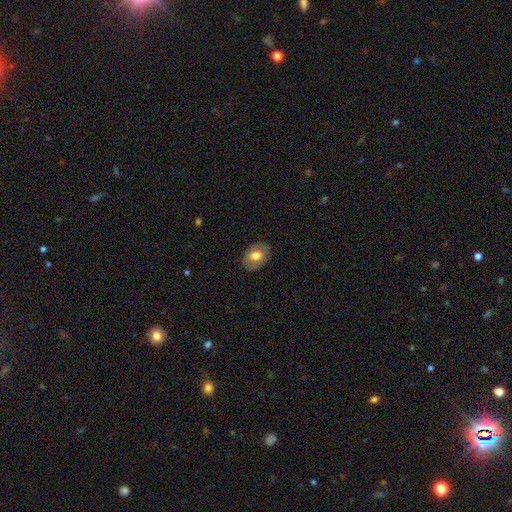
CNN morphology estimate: Smooth or featured? smooth (71%)
How rounded? in between (76%)
Merging? none (85%)